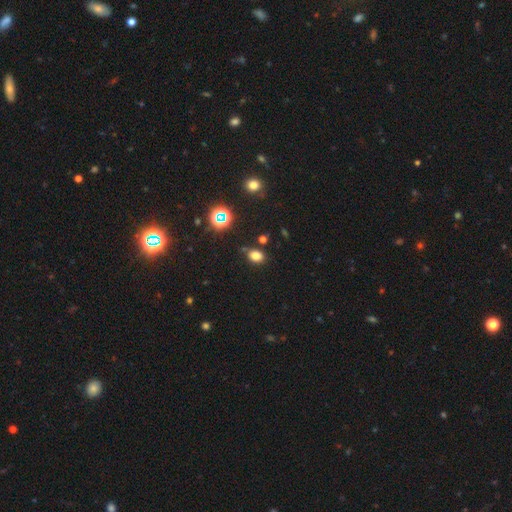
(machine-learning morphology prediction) type=smooth (74%); roundness=in between (64%); merging=none (72%).